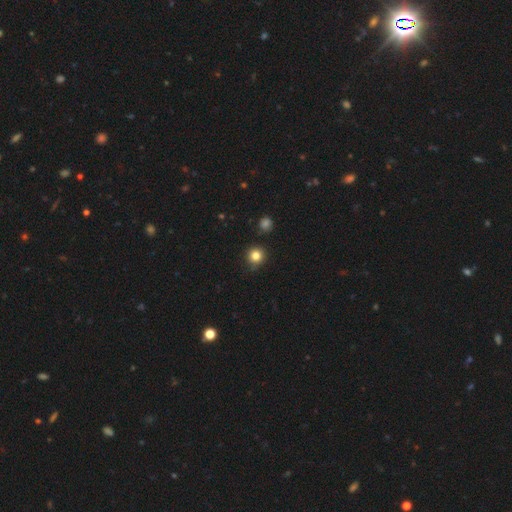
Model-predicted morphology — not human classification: This is clearly a smooth galaxy (83%). How rounded: clearly round (93%). Merging: clearly none (87%).